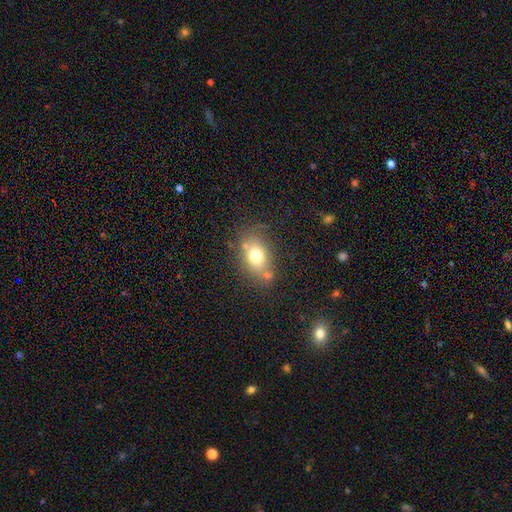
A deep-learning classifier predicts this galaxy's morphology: The model was most divided on "how rounded": in between: 73%, round: 25%, cigar-shaped: 2%. More confident: smooth or featured — smooth (71%); merging — none (66%).